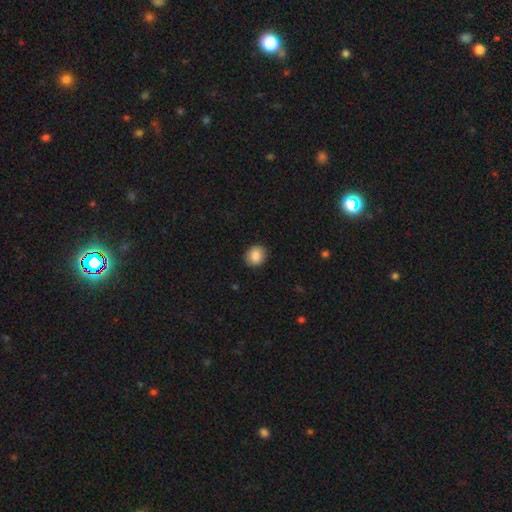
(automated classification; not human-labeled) A smooth galaxy with no disk features (87%) that is round (72%). Merging: none (91%).